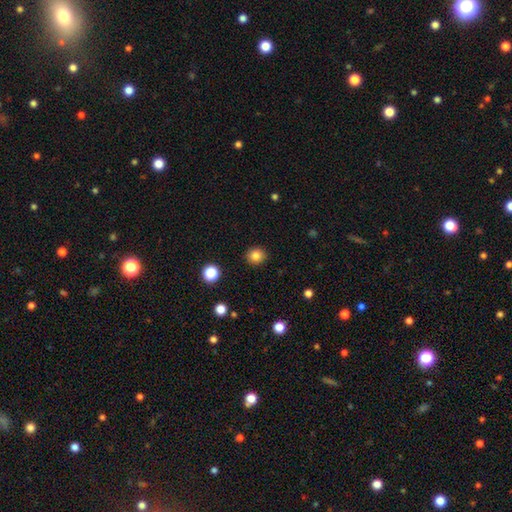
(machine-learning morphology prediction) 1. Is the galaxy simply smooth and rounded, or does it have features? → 83% smooth, 11% star or artifact, 6% featured or disk.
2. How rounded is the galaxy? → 85% round, 14% in between, 1% cigar-shaped.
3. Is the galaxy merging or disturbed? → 92% none, 6% minor disturbance, 2% major disturbance, 1% merger.